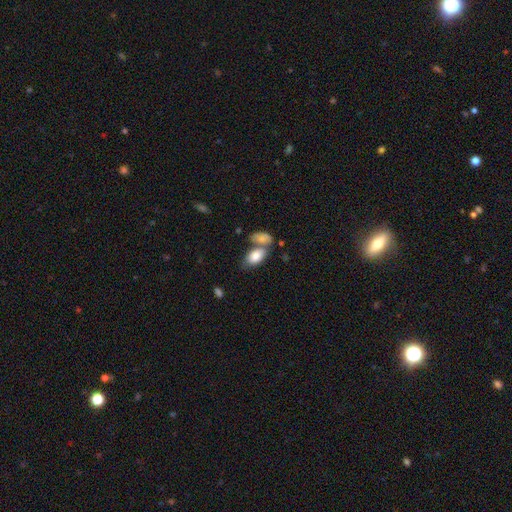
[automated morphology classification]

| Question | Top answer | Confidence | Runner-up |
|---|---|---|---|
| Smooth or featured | smooth | 83% | featured or disk (11%) |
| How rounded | in between | 92% | round (6%) |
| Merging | merger | 45% | none (37%) |